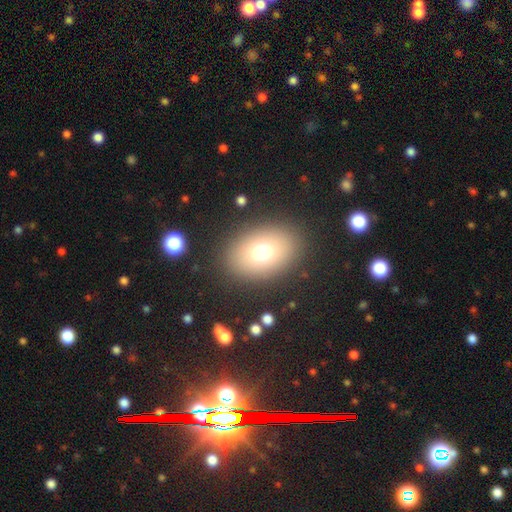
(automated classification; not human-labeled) Smooth or featured?
  - smooth: 67% *
  - star or artifact: 18%
  - featured or disk: 15%
How rounded?
  - in between: 75% *
  - round: 23%
  - cigar-shaped: 1%
Merging?
  - none: 88% *
  - minor disturbance: 8%
  - major disturbance: 3%
  - merger: 2%